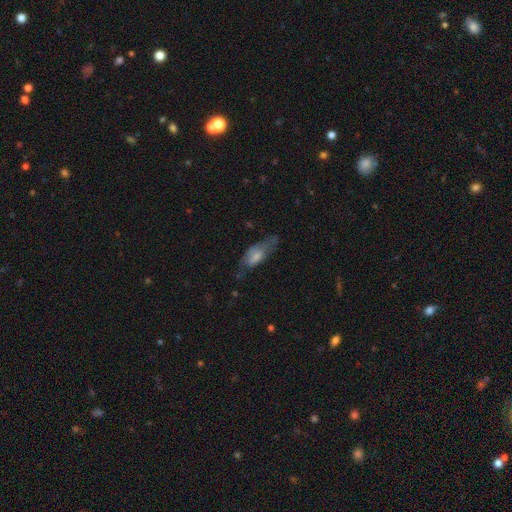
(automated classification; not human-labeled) A smooth galaxy with no disk features (62%) that is in between round and cigar-shaped (77%).

Vote fractions:
- Smooth or featured? smooth: 62% / featured or disk: 31% / star or artifact: 8%
- How rounded? in between: 77% / cigar-shaped: 20% / round: 3%
- Merging? none: 39% / minor disturbance: 32% / major disturbance: 27% / merger: 3%